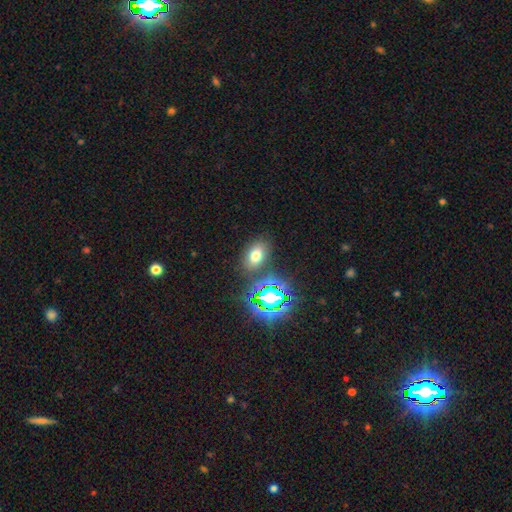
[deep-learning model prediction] The model was most divided on "smooth or featured": smooth: 64%, star or artifact: 23%, featured or disk: 13%. More confident: how rounded — in between (82%); merging — none (81%).